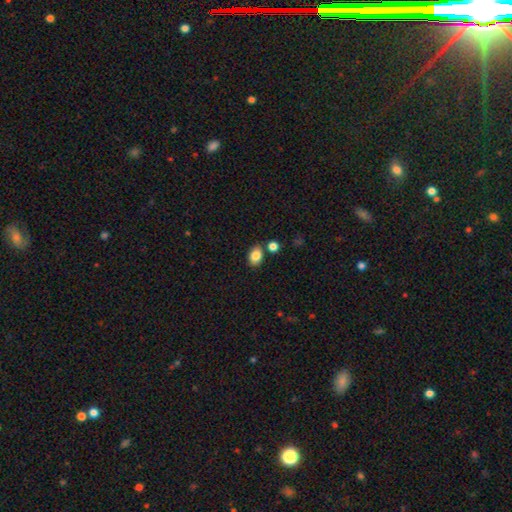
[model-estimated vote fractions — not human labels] This appears to be a smooth galaxy with no disk features (85%) that is in between round and cigar-shaped (77%). Merging: none (77%).